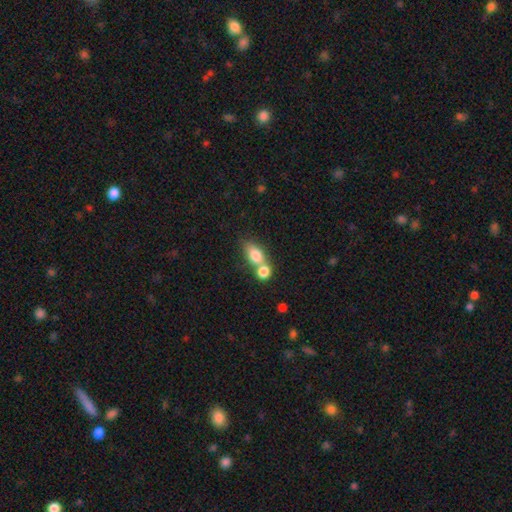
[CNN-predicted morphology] Q: Smooth or featured?
A: smooth (78%); runner-up: featured or disk (13%)
Q: How rounded?
A: in between (73%); runner-up: round (22%)
Q: Merging?
A: merger (58%); runner-up: none (29%)